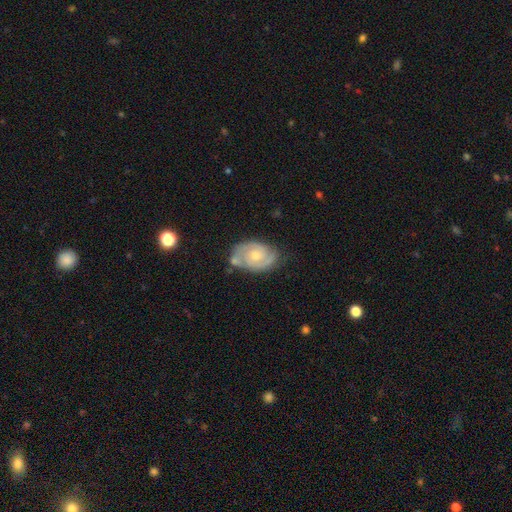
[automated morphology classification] featured or disk 82%, smooth 13%, star or artifact 5%. Down the decision tree: edge-on disk — no (97%); bar — no (66%); spiral arms — yes (95%); spiral arm count — 2 (81%); spiral winding — tight (54%); bulge size — small (47%); merging — none (65%).